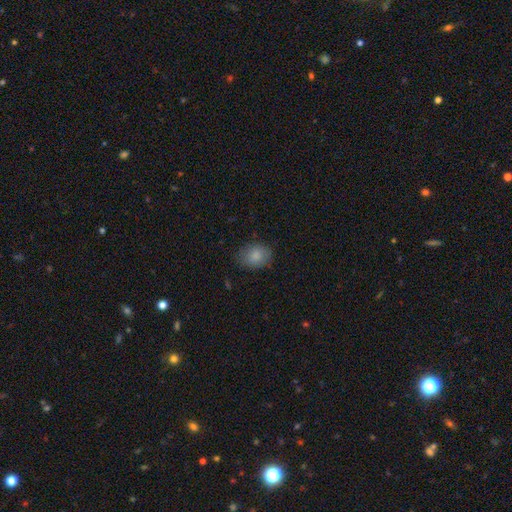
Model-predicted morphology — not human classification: This is clearly a smooth galaxy (85%). How rounded: likely in between (62%). Merging: likely none (79%).